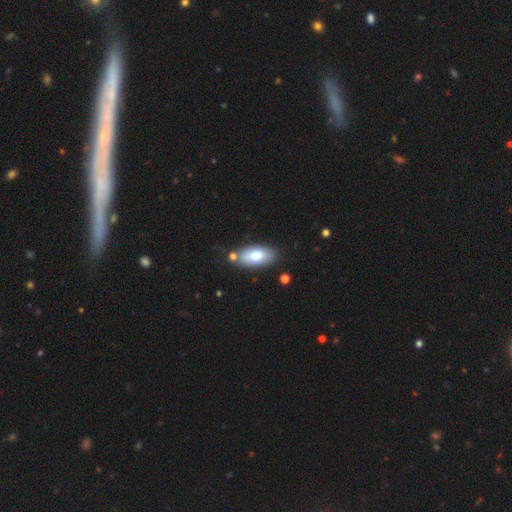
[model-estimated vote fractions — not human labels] Smooth or featured? smooth (77%)
How rounded? in between (89%)
Merging? none (74%)